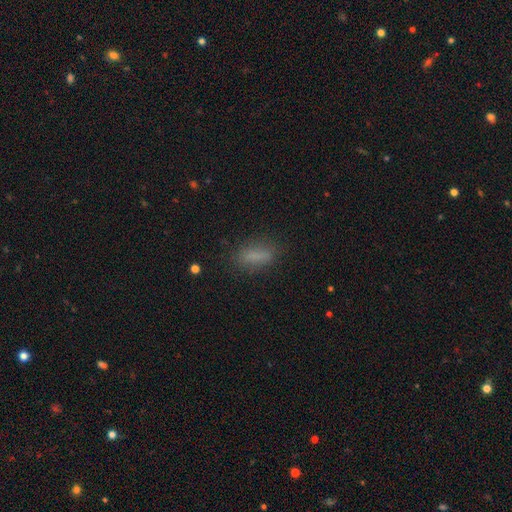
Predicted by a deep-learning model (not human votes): Q: Smooth or featured?
A: smooth (78%); runner-up: star or artifact (11%)
Q: How rounded?
A: in between (59%); runner-up: cigar-shaped (38%)
Q: Merging?
A: none (81%); runner-up: minor disturbance (13%)